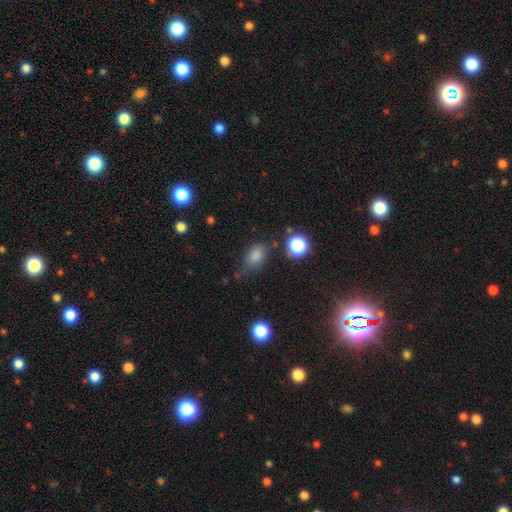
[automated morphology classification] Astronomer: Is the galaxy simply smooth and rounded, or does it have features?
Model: smooth — 80%.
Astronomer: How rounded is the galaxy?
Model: in between — 78%.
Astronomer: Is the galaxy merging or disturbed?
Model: none — 56%.